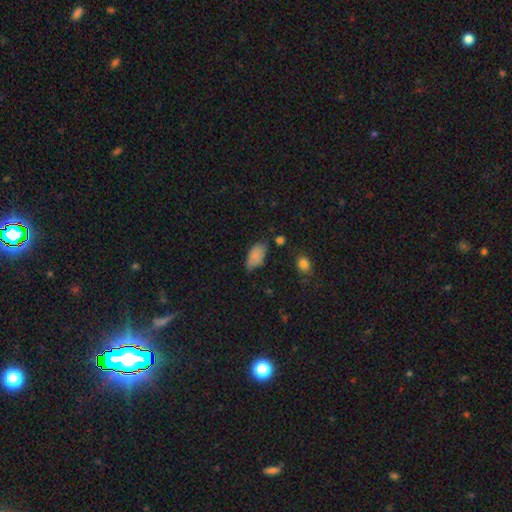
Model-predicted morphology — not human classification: A smooth galaxy with no disk features (83%) that is in between round and cigar-shaped (92%).

Vote fractions:
- Smooth or featured? smooth: 83% / star or artifact: 9% / featured or disk: 8%
- How rounded? in between: 92% / cigar-shaped: 4% / round: 3%
- Merging? none: 57% / minor disturbance: 32% / major disturbance: 7% / merger: 4%